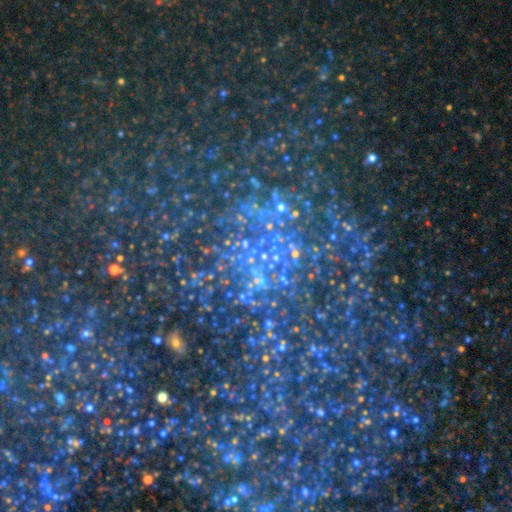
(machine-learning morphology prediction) Q: Smooth or featured?
A: star or artifact (82%); runner-up: smooth (10%)